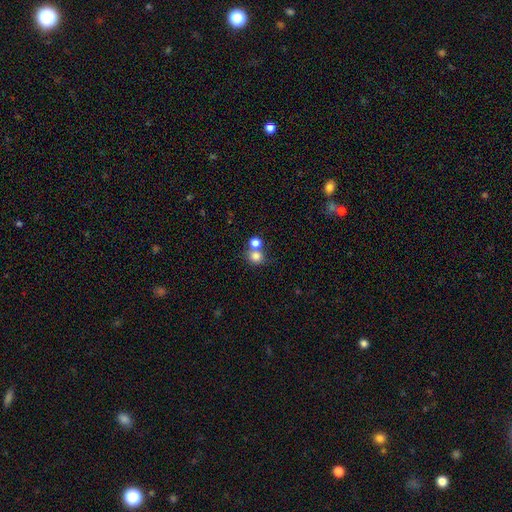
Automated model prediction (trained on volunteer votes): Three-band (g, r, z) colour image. It shows a smooth galaxy with no disk features (80%) that is round (79%). Merging: none (50%).